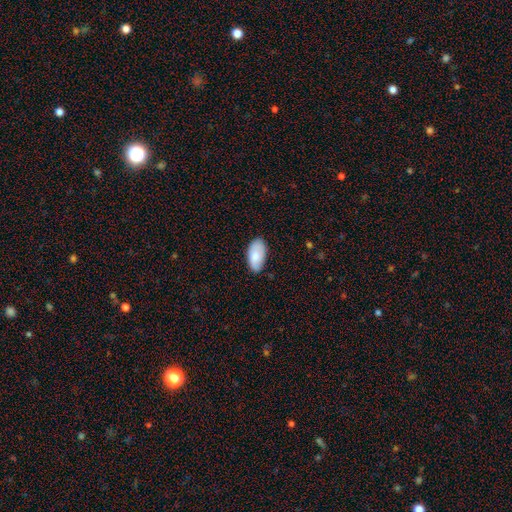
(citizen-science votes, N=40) Smooth or featured: smooth — 70% (featured or disk — 25%)
How rounded: in between — 89% (cigar-shaped — 7%)
Merging: none — 76% (minor disturbance — 18%)